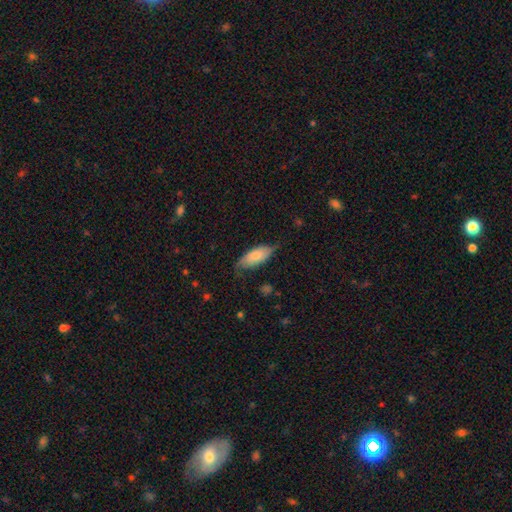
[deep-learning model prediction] The model was most divided on "merging": none: 56%, minor disturbance: 33%, major disturbance: 9%, merger: 2%. More confident: how rounded — in between (83%); smooth or featured — smooth (68%).